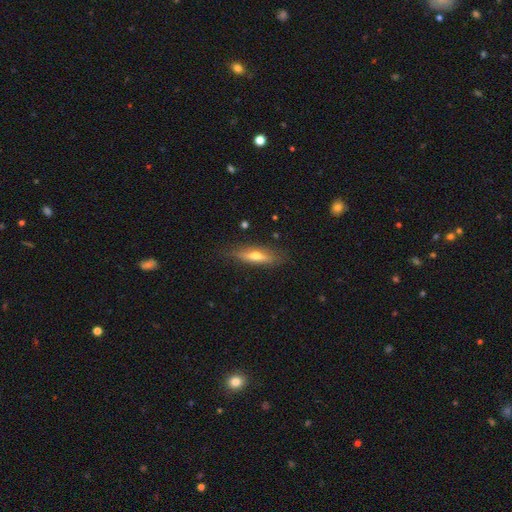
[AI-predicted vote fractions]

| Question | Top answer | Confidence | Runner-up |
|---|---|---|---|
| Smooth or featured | smooth | 50% | featured or disk (44%) |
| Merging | none | 82% | minor disturbance (14%) |